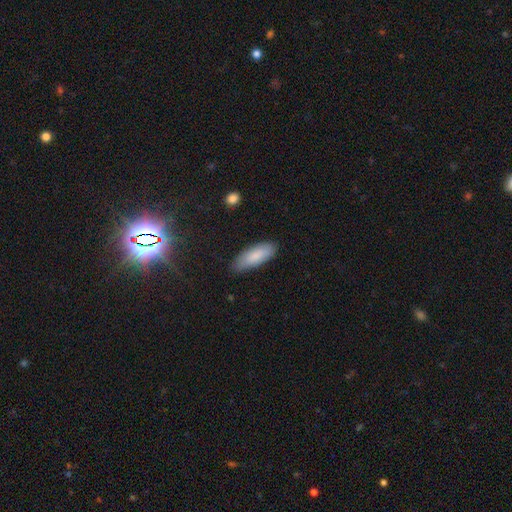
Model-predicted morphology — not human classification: A smooth galaxy with no disk features (83%) that is in between round and cigar-shaped (69%). Merging: none (80%).